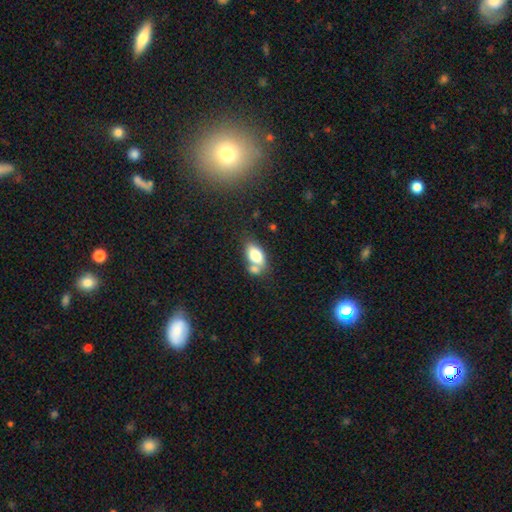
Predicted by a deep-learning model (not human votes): Smooth or featured: smooth — 76% (featured or disk — 16%)
How rounded: in between — 89% (round — 8%)
Merging: merger — 40% (none — 39%)